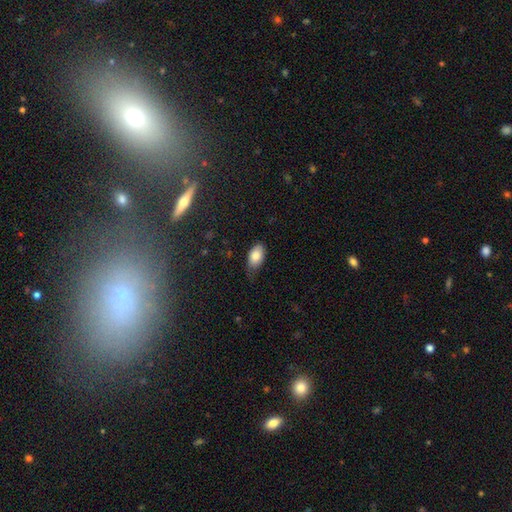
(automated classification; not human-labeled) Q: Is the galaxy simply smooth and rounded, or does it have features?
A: smooth — 83%.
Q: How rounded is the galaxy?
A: in between — 93%.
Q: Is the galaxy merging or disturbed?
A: none — 63%.